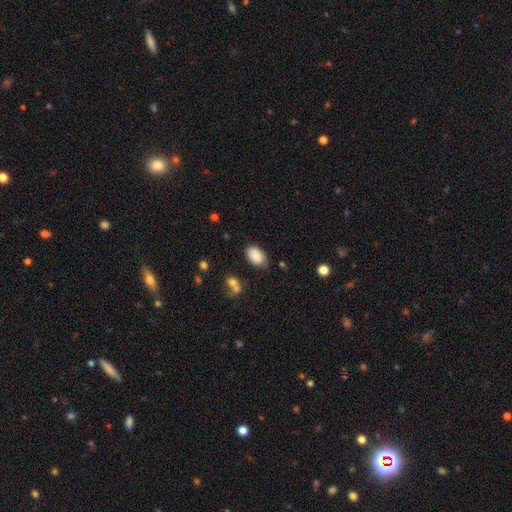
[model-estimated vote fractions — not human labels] Overall: smooth (87%). How rounded: in between (90%). Merging: none (78%).